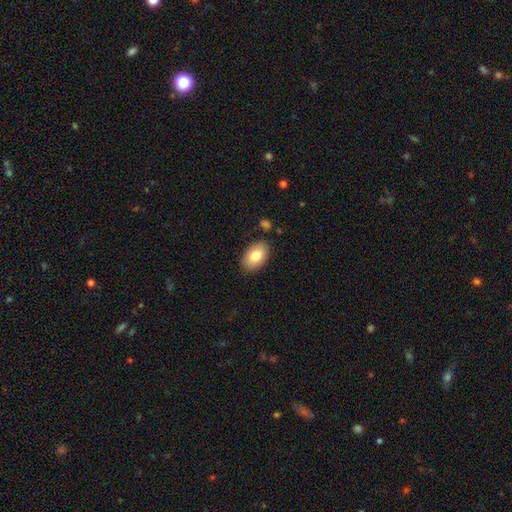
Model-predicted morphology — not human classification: Smooth or featured? Predicted: smooth (p=0.80). How rounded? Predicted: in between (p=0.91). Merging? Predicted: none (p=0.85).